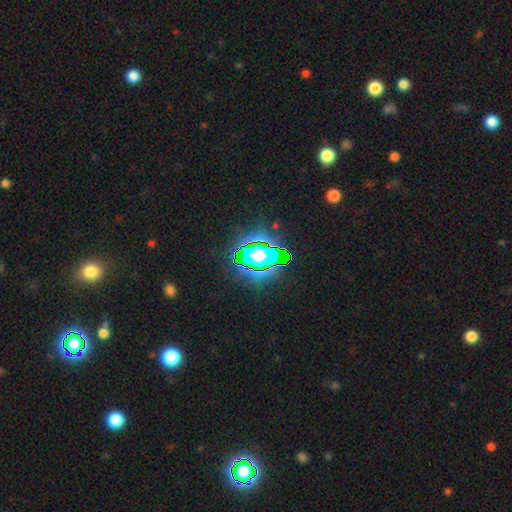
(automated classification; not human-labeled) A star or artifact, not a galaxy (56%).